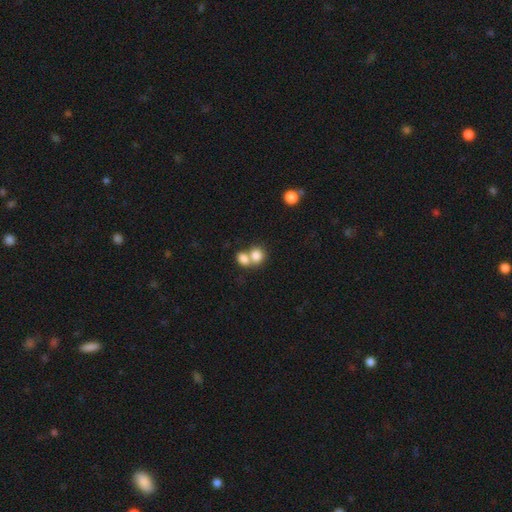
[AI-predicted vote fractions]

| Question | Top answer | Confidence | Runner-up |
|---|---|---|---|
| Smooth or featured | smooth | 80% | featured or disk (10%) |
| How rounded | round | 63% | in between (36%) |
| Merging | merger | 62% | none (29%) |